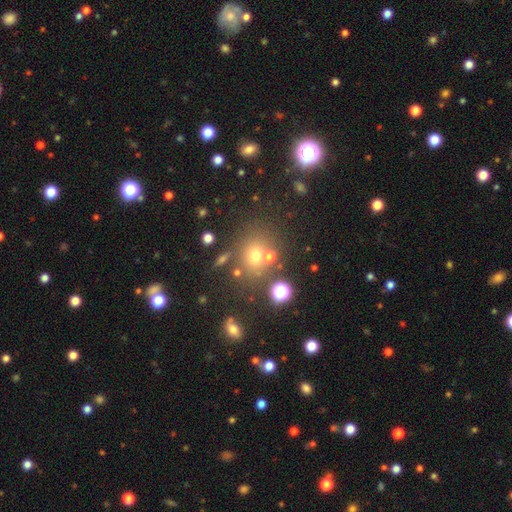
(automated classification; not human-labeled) Q: Smooth or featured?
A: smooth (55%); runner-up: star or artifact (31%)
Q: How rounded?
A: round (69%); runner-up: in between (30%)
Q: Merging?
A: none (67%); runner-up: merger (16%)